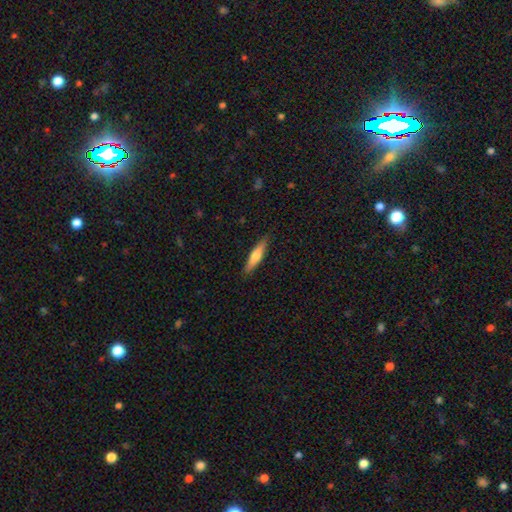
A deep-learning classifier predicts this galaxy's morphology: Q: Smooth or featured?
A: smooth (61%); runner-up: featured or disk (33%)
Q: How rounded?
A: cigar-shaped (78%); runner-up: in between (20%)
Q: Merging?
A: none (88%); runner-up: minor disturbance (9%)